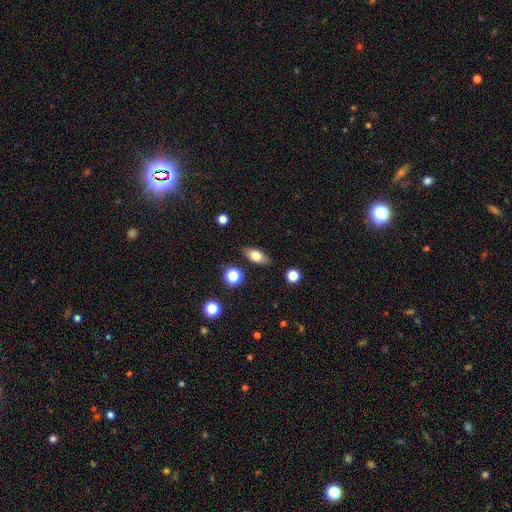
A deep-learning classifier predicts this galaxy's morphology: This is likely a smooth galaxy (72%). How rounded: clearly in between (80%). Merging: clearly none (84%).